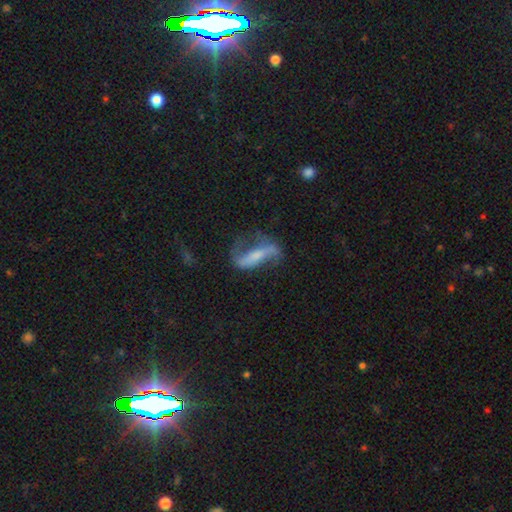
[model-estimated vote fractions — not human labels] Smooth or featured?
  - featured or disk: 67% *
  - smooth: 25%
  - star or artifact: 8%
Edge-on disk?
  - no: 80% *
  - yes: 20%
Bar?
  - strong: 52% *
  - no: 24%
  - weak: 24%
Spiral arms?
  - yes: 81% *
  - no: 19%
Bulge size?
  - small: 43% *
  - moderate: 30%
  - none: 18%
  - large: 7%
  - dominant: 2%
Merging?
  - none: 52% *
  - major disturbance: 23%
  - minor disturbance: 21%
  - merger: 3%